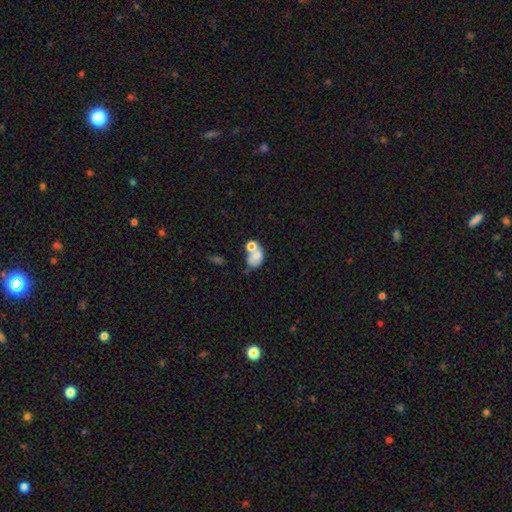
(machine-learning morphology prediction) smooth_or_featured: smooth (p=0.68) [alt: featured or disk p=0.23]
how_rounded: in between (p=0.71) [alt: round p=0.28]
merging: merger (p=0.55) [alt: none p=0.24]